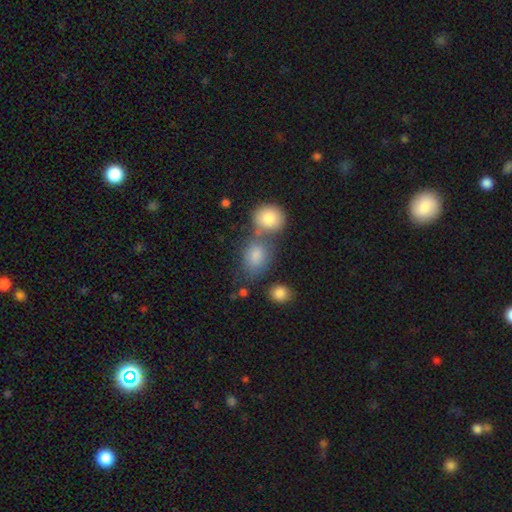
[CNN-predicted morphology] The model was most divided on "merging": none: 44%, merger: 36%, minor disturbance: 14%, major disturbance: 7%. More confident: smooth or featured — smooth (83%); how rounded — in between (65%).